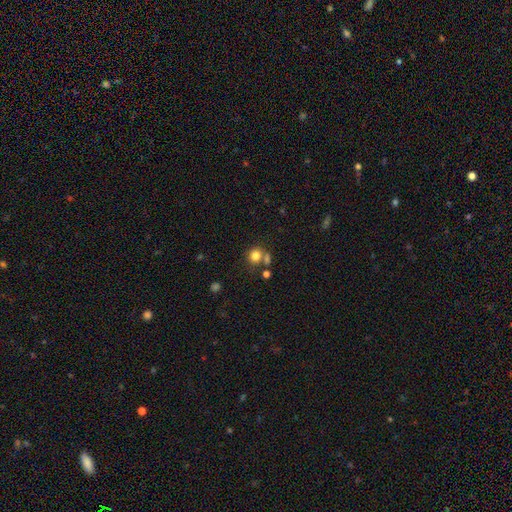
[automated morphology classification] Smooth or featured: smooth — 80% (star or artifact — 12%)
How rounded: round — 81% (in between — 18%)
Merging: none — 59% (merger — 24%)